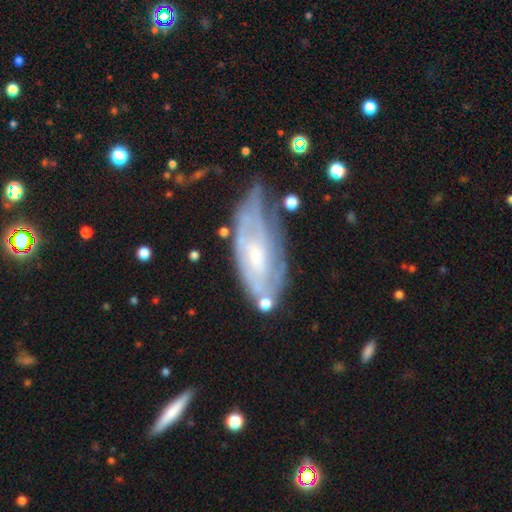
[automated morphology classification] Overall: featured or disk (69%). Edge-on disk: no (85%). Bar: no (63%; weak 30%). Spiral arms: yes (70%; no 30%). Bulge size: small (56%; moderate 34%). Merging: none (51%; minor disturbance 30%).